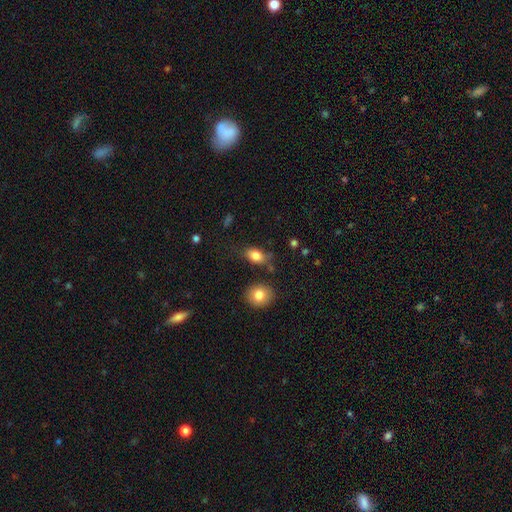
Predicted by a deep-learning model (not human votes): Q: Smooth or featured?
A: smooth (82%); runner-up: star or artifact (9%)
Q: How rounded?
A: in between (83%); runner-up: round (15%)
Q: Merging?
A: none (70%); runner-up: minor disturbance (19%)